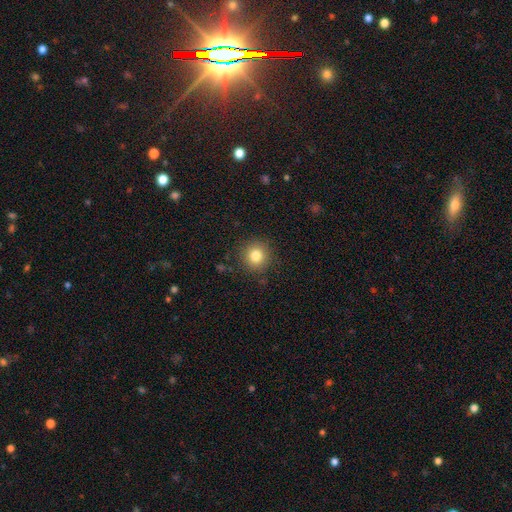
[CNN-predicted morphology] A smooth galaxy with no disk features (81%) that is round (92%). Merging: none (89%).